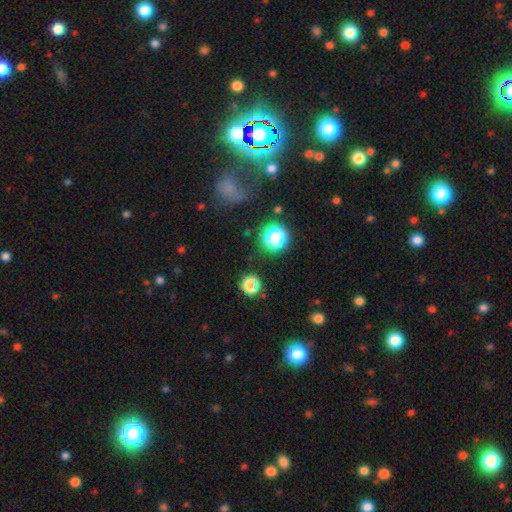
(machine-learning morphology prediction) smooth-or-featured: star or artifact: 58% | smooth: 33% | featured or disk: 9%